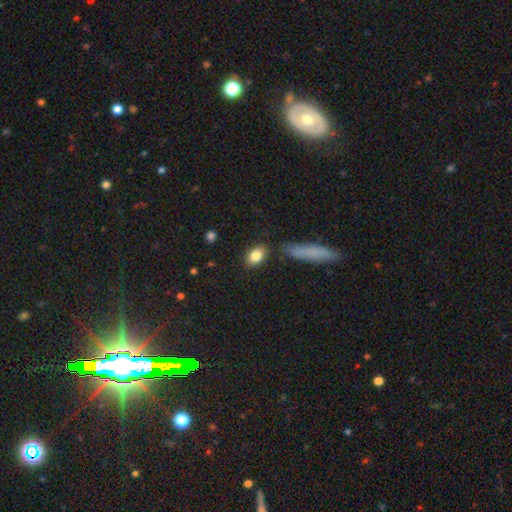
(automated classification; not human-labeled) A smooth galaxy with no disk features (83%) that is in between round and cigar-shaped (81%).

Vote fractions:
- Smooth or featured? smooth: 83% / featured or disk: 9% / star or artifact: 8%
- How rounded? in between: 81% / round: 16% / cigar-shaped: 3%
- Merging? none: 82% / minor disturbance: 11% / merger: 4% / major disturbance: 3%